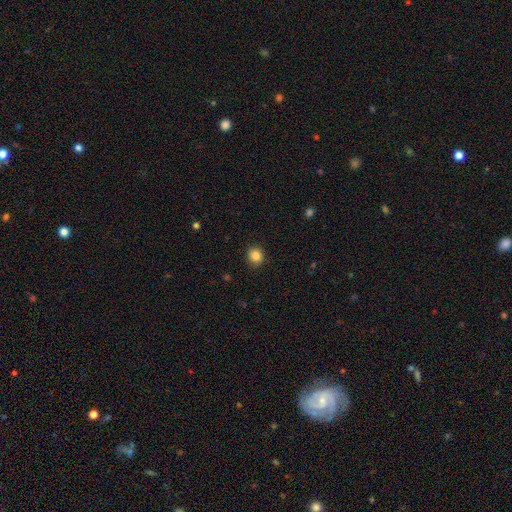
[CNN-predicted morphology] The model was most divided on "how rounded": round: 84%, in between: 15%, cigar-shaped: 1%. More confident: merging — none (91%); smooth or featured — smooth (85%).